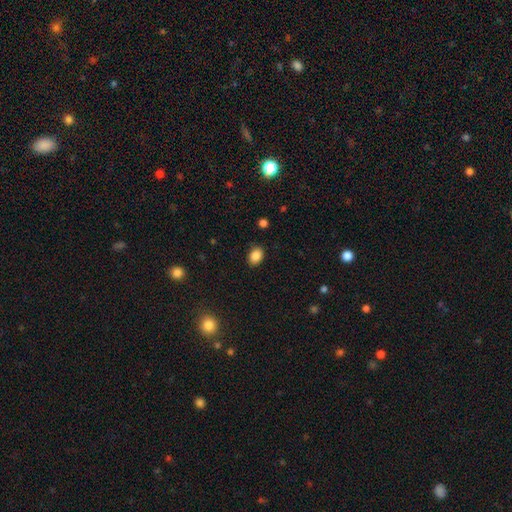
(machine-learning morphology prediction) smooth-or-featured: smooth: 86% | star or artifact: 9% | featured or disk: 5%
  how-rounded: in between: 70% | round: 29% | cigar-shaped: 1%
  merging: none: 85% | minor disturbance: 11% | major disturbance: 3% | merger: 1%